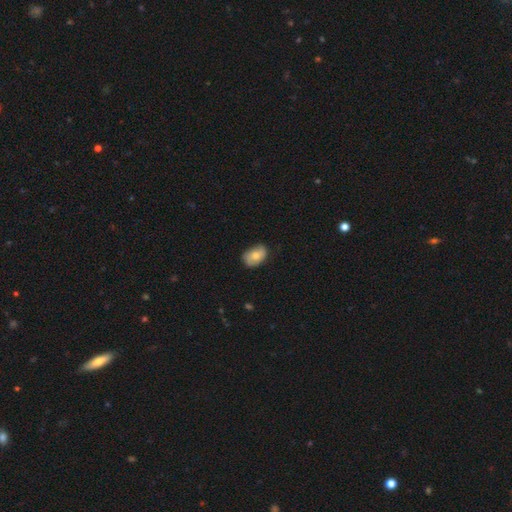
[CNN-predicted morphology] smooth-or-featured: smooth: 66% | featured or disk: 27% | star or artifact: 7%
  how-rounded: in between: 84% | round: 15% | cigar-shaped: 1%
  merging: none: 72% | minor disturbance: 23% | major disturbance: 4% | merger: 1%